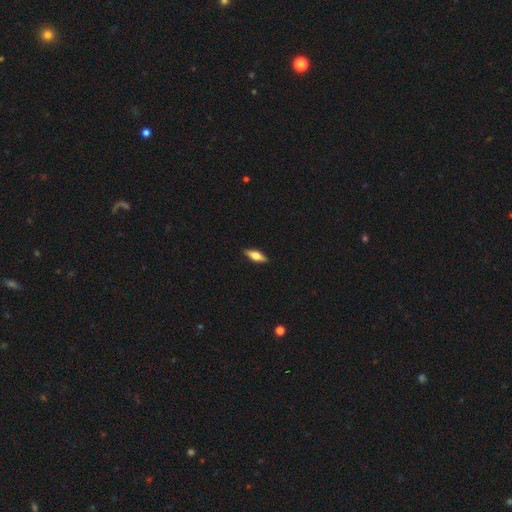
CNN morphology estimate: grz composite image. It shows a smooth galaxy with no disk features (55%) that is in between round and cigar-shaped (59%). Merging: none (89%).